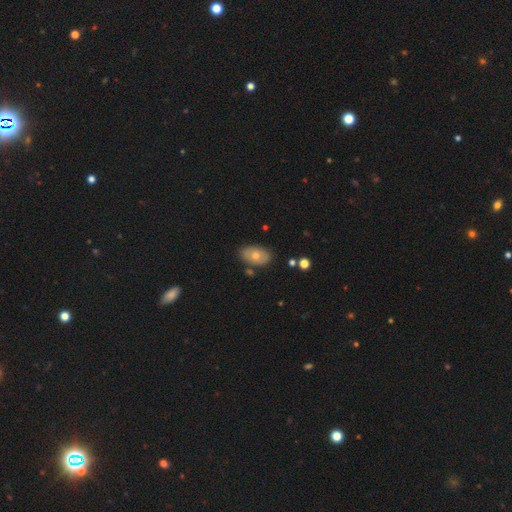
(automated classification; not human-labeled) Overall: smooth (60%; featured or disk 32%). How rounded: in between (89%). Merging: none (79%).